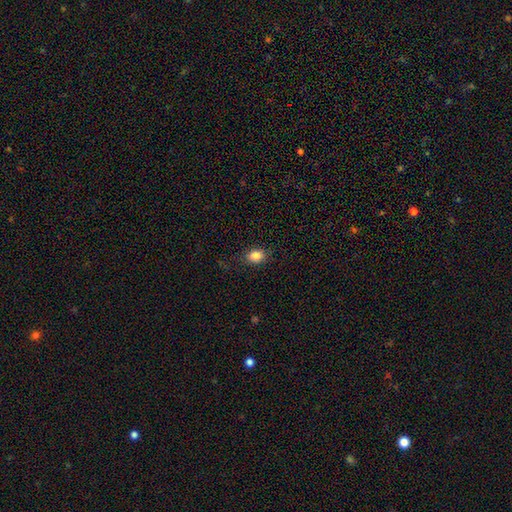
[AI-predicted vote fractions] Q: Smooth or featured?
A: smooth (86%); runner-up: star or artifact (9%)
Q: How rounded?
A: in between (69%); runner-up: round (30%)
Q: Merging?
A: none (83%); runner-up: minor disturbance (12%)